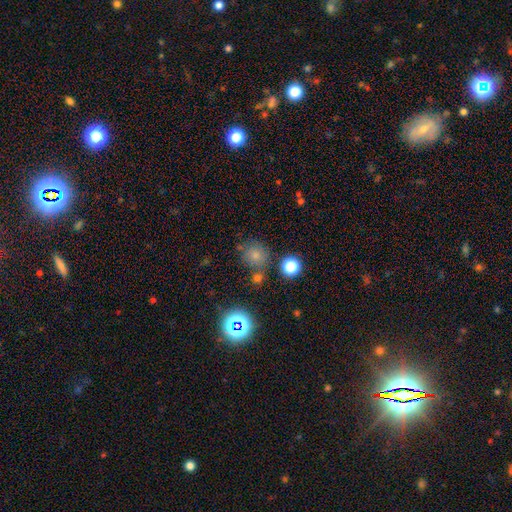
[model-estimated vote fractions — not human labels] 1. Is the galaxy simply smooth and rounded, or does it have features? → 70% smooth, 21% star or artifact, 9% featured or disk.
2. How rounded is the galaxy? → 88% round, 11% in between, 1% cigar-shaped.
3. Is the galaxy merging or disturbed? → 68% none, 14% merger, 13% minor disturbance, 5% major disturbance.